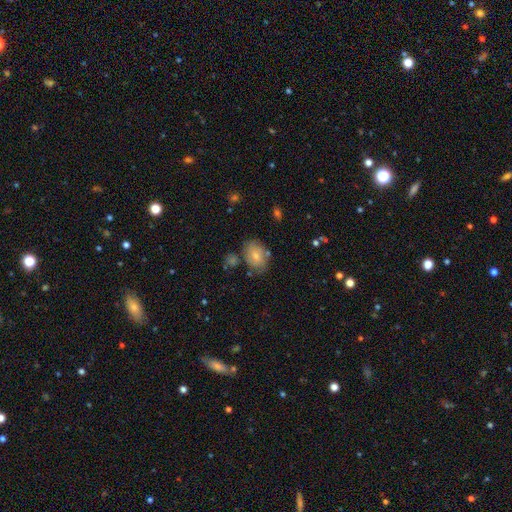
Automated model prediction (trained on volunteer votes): This is likely a smooth galaxy (62%). How rounded: likely in between (75%). Merging: likely none (63%).